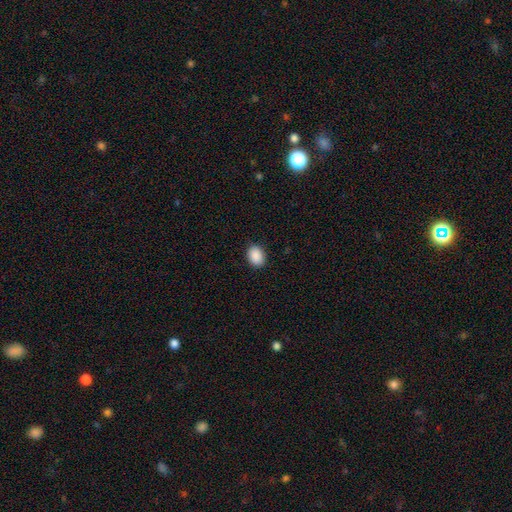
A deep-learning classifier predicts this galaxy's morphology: Smooth or featured?
  - smooth: 90% *
  - star or artifact: 8%
  - featured or disk: 2%
How rounded?
  - in between: 69% *
  - round: 30%
  - cigar-shaped: 1%
Merging?
  - none: 90% *
  - minor disturbance: 7%
  - major disturbance: 2%
  - merger: 1%